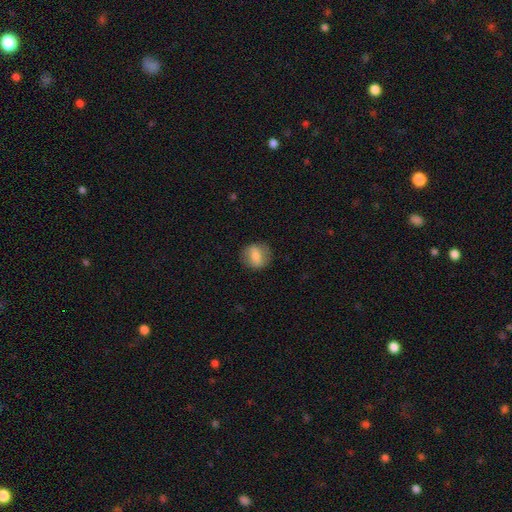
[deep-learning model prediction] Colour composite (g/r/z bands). It shows a smooth galaxy with no disk features (68%) that is round (64%). Merging: none (83%).